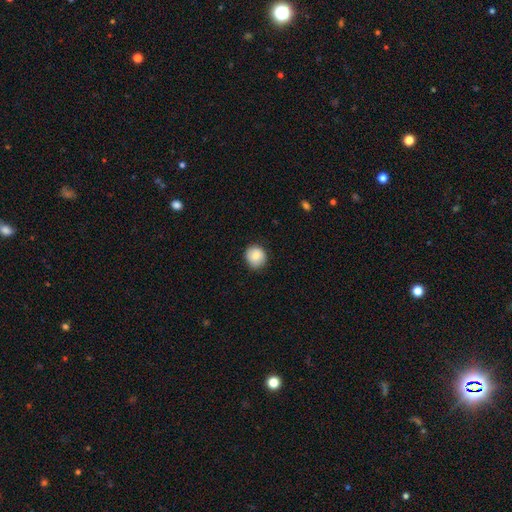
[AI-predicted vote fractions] Smooth or featured? smooth (83%)
How rounded? round (88%)
Merging? none (84%)